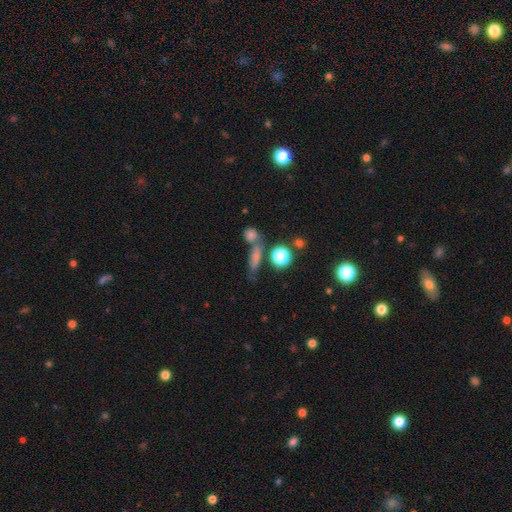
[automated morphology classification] Q: Smooth or featured?
A: smooth (63%); runner-up: star or artifact (21%)
Q: How rounded?
A: in between (39%); runner-up: cigar-shaped (33%)
Q: Merging?
A: none (54%); runner-up: merger (23%)